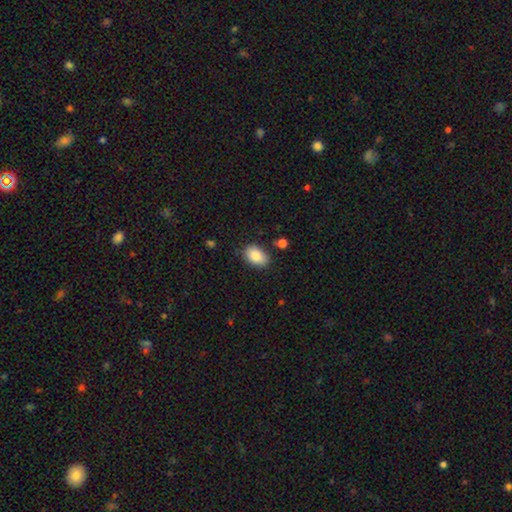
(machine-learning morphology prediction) smooth 87%, star or artifact 7%, featured or disk 6%. Down the decision tree: how rounded — in between (90%); merging — none (82%).